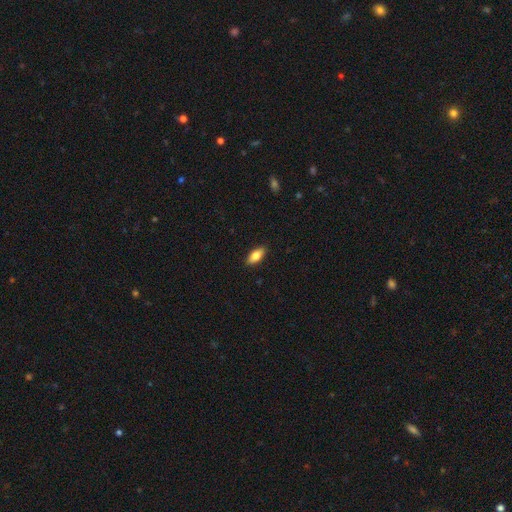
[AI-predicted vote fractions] Smooth or featured? Predicted: smooth (p=0.81). How rounded? Predicted: in between (p=0.86). Merging? Predicted: none (p=0.89).